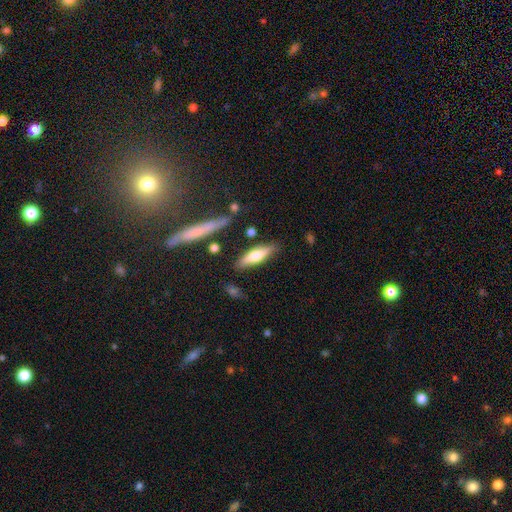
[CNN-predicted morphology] smooth 58%, featured or disk 36%, star or artifact 6%. Down the decision tree: how rounded — cigar-shaped (60%); merging — none (79%).